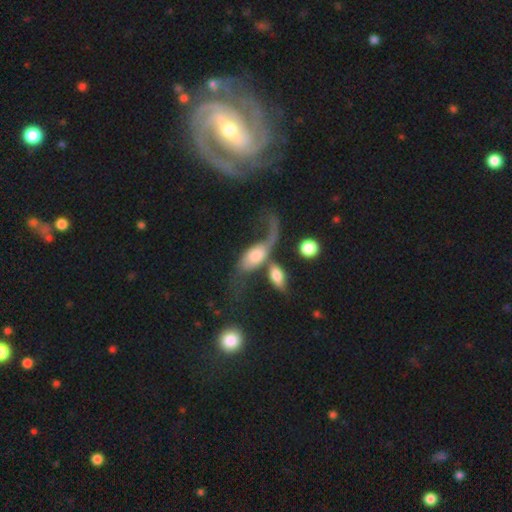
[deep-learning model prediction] smooth-or-featured: featured or disk: 55% | smooth: 36% | star or artifact: 8%
  disk-edge-on: no: 87% | yes: 13%
  merging: merger: 42% | major disturbance: 29% | none: 18% | minor disturbance: 11%